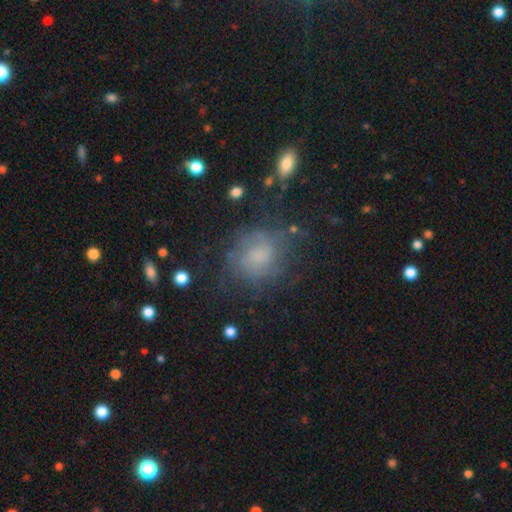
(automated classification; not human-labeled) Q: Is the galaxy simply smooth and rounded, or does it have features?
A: smooth — 44%.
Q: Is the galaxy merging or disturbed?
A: none — 64%.